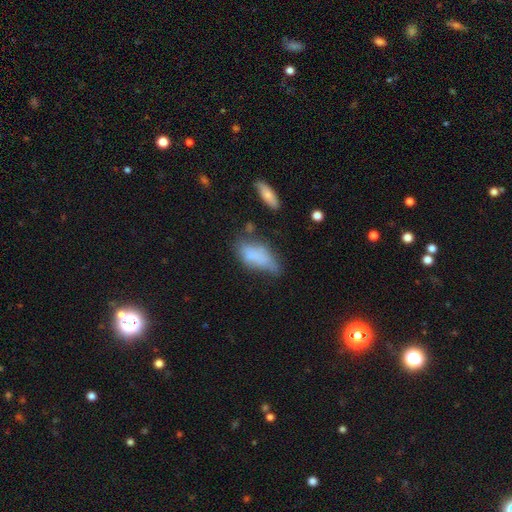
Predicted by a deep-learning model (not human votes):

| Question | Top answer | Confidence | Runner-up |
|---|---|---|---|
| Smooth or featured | smooth | 69% | featured or disk (22%) |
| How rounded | in between | 84% | cigar-shaped (13%) |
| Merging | minor disturbance | 36% | none (30%) |